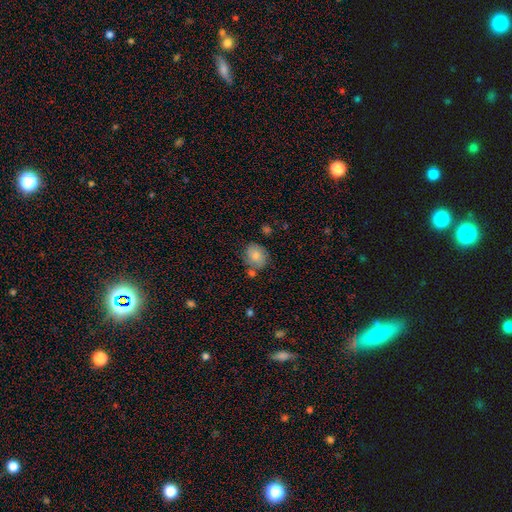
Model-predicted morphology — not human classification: Smooth or featured? smooth (77%)
How rounded? round (64%)
Merging? none (65%)